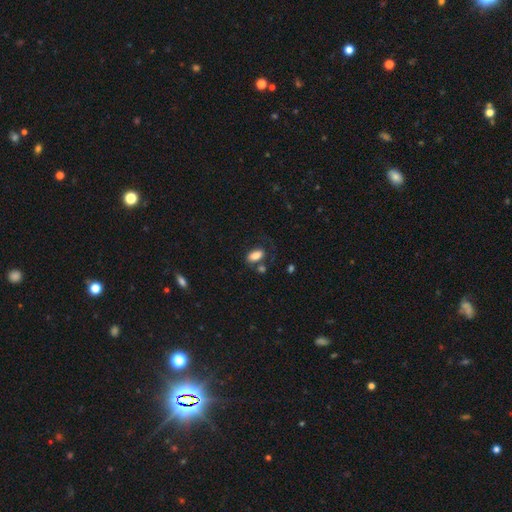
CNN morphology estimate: Smooth or featured: smooth — 84% (star or artifact — 9%)
How rounded: in between — 91% (round — 5%)
Merging: none — 58% (minor disturbance — 18%)